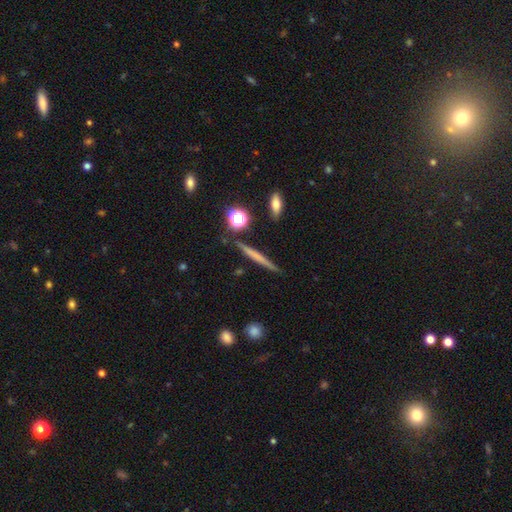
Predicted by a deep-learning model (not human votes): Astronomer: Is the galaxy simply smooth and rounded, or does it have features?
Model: smooth — 48% (runner-up: featured or disk, 43%).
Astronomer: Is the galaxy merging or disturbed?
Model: none — 88%.